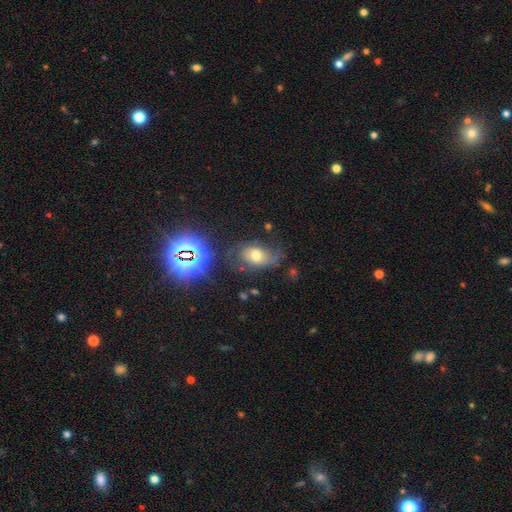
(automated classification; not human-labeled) This is possibly a smooth galaxy (47%). Merging: possibly none (48%).